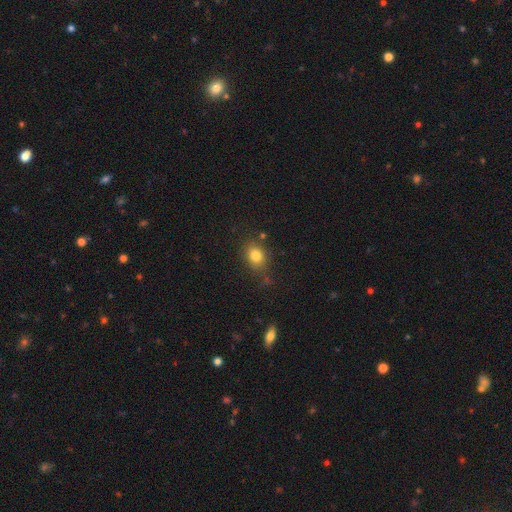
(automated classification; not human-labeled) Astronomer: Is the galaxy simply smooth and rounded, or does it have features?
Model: smooth — 81%.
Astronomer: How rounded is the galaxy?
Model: in between — 51% (runner-up: round, 48%).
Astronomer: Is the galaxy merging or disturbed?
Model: none — 77%.